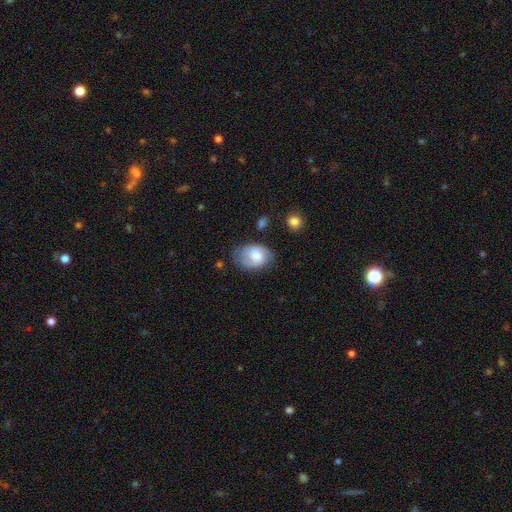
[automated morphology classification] A smooth galaxy with no disk features (58%) that is in between round and cigar-shaped (74%).

Vote fractions:
- Smooth or featured? smooth: 58% / featured or disk: 34% / star or artifact: 8%
- How rounded? in between: 74% / round: 25% / cigar-shaped: 1%
- Merging? none: 62% / minor disturbance: 26% / major disturbance: 9% / merger: 3%